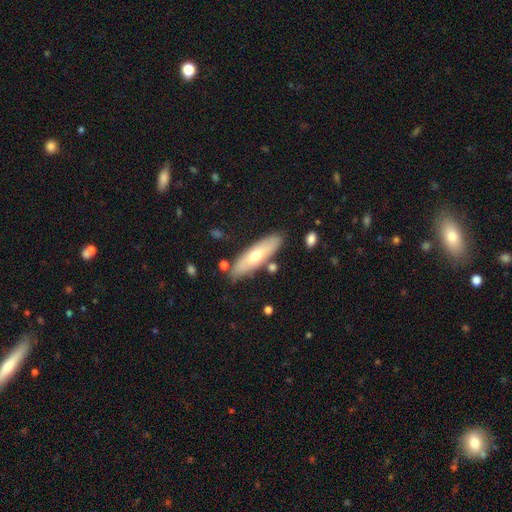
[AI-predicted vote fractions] Smooth or featured? Predicted: smooth (p=0.56). How rounded? Predicted: cigar-shaped (p=0.57). Merging? Predicted: none (p=0.81).